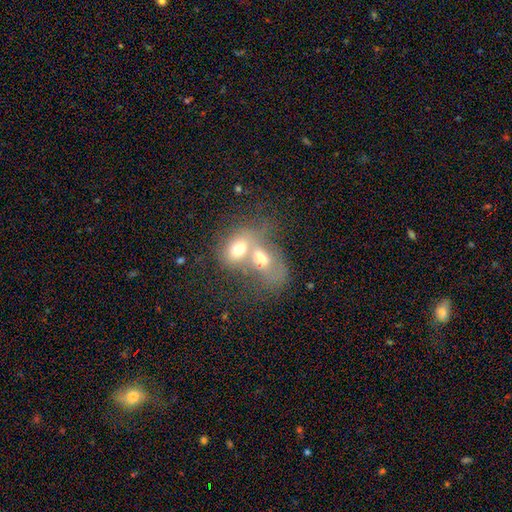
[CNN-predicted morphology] Smooth or featured?
  - smooth: 54% *
  - featured or disk: 34%
  - star or artifact: 12%
How rounded?
  - in between: 61% *
  - round: 37%
  - cigar-shaped: 2%
Merging?
  - merger: 80% *
  - none: 10%
  - major disturbance: 5%
  - minor disturbance: 5%